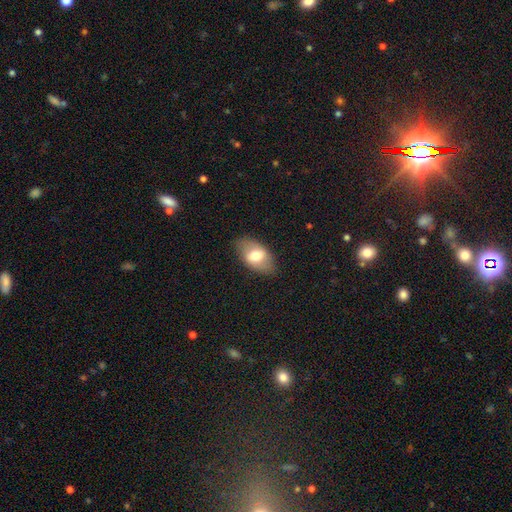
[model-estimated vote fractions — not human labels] The model was most divided on "smooth or featured": smooth: 64%, featured or disk: 29%, star or artifact: 7%. More confident: how rounded — in between (91%); merging — none (82%).